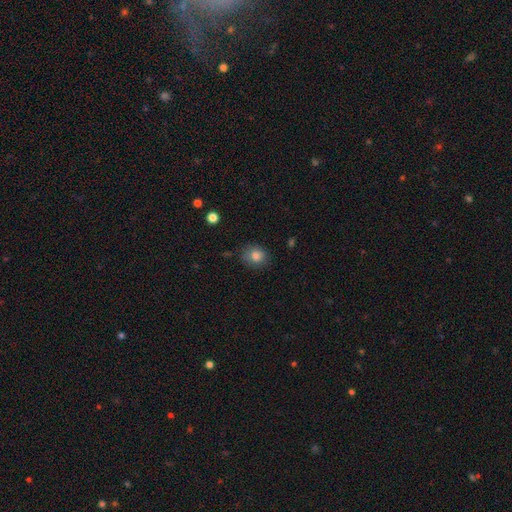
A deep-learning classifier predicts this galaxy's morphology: smooth-or-featured: smooth: 83% | star or artifact: 10% | featured or disk: 7%
  how-rounded: round: 68% | in between: 31% | cigar-shaped: 1%
  merging: none: 78% | minor disturbance: 16% | major disturbance: 4% | merger: 2%